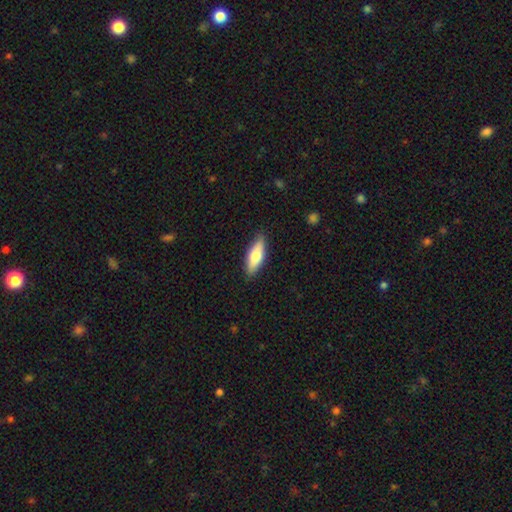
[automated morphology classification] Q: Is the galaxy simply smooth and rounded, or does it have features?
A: smooth — 66%.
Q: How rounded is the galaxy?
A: in between — 59%.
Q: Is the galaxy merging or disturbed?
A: none — 86%.